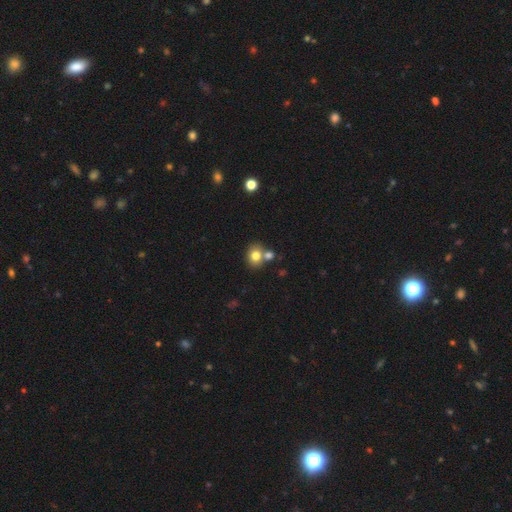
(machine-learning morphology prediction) smooth 78%, star or artifact 11%, featured or disk 10%. Down the decision tree: how rounded — round (66%); merging — none (58%).